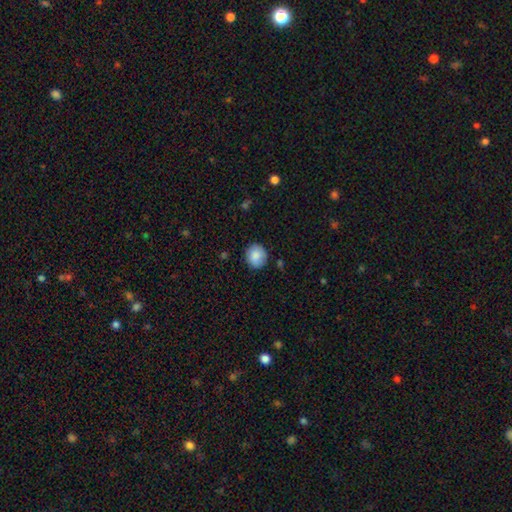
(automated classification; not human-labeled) Smooth or featured? Predicted: smooth (p=0.87). How rounded? Predicted: round (p=0.82). Merging? Predicted: none (p=0.86).